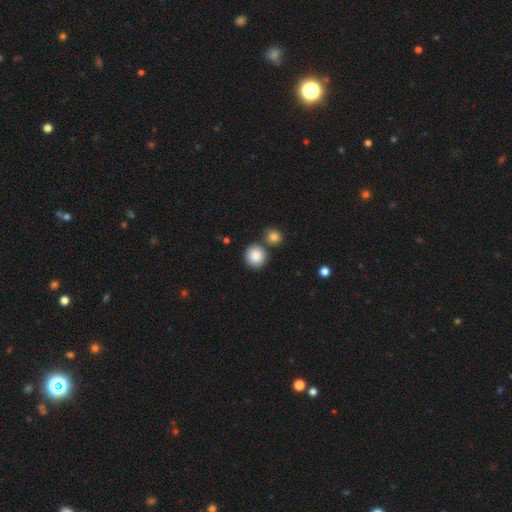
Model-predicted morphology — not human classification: A smooth galaxy with no disk features (87%) that is round (87%).

Vote fractions:
- Smooth or featured? smooth: 87% / star or artifact: 7% / featured or disk: 5%
- How rounded? round: 87% / in between: 12% / cigar-shaped: 1%
- Merging? none: 70% / merger: 17% / minor disturbance: 9% / major disturbance: 3%